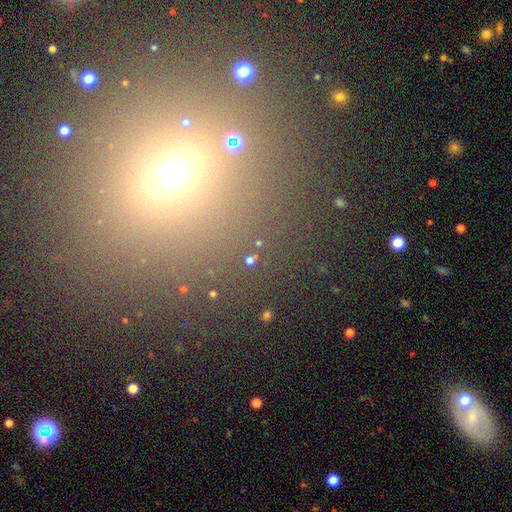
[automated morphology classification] This appears to be a smooth galaxy with no disk features (45%). Merging: none (83%).